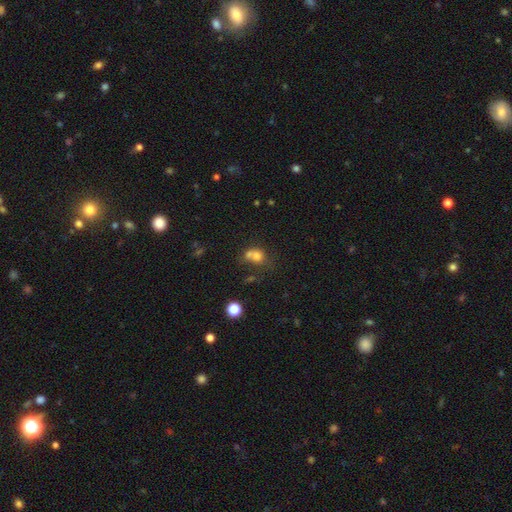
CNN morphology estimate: Overall: smooth (71%). How rounded: round (62%; in between 37%). Merging: merger (51%; none 29%).